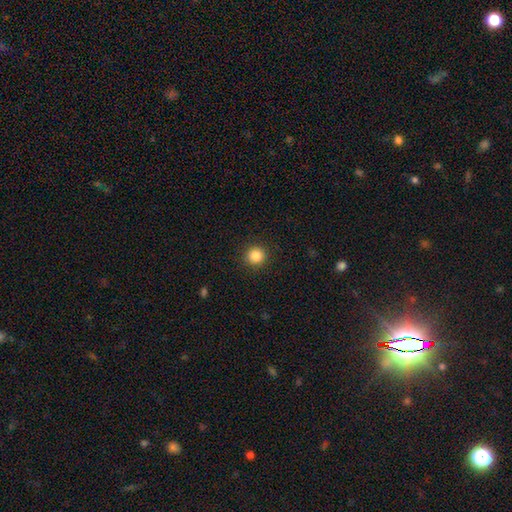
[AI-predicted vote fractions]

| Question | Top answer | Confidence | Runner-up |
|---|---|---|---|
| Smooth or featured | smooth | 85% | star or artifact (11%) |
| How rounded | round | 94% | in between (5%) |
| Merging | none | 92% | minor disturbance (5%) |